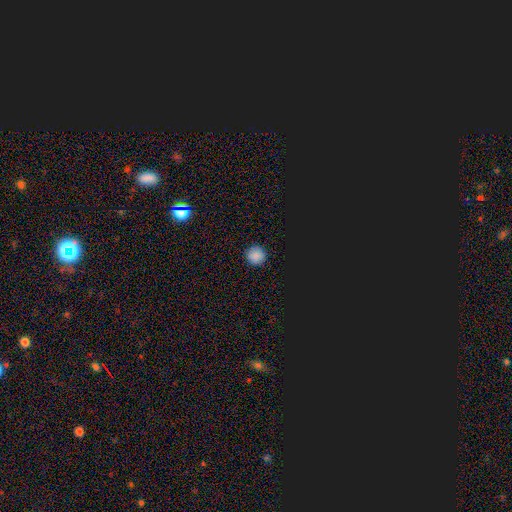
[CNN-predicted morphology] A smooth galaxy with no disk features (83%) that is round (96%).

Vote fractions:
- Smooth or featured? smooth: 83% / star or artifact: 14% / featured or disk: 4%
- How rounded? round: 96% / in between: 3% / cigar-shaped: 1%
- Merging? none: 92% / minor disturbance: 6% / major disturbance: 2% / merger: 1%